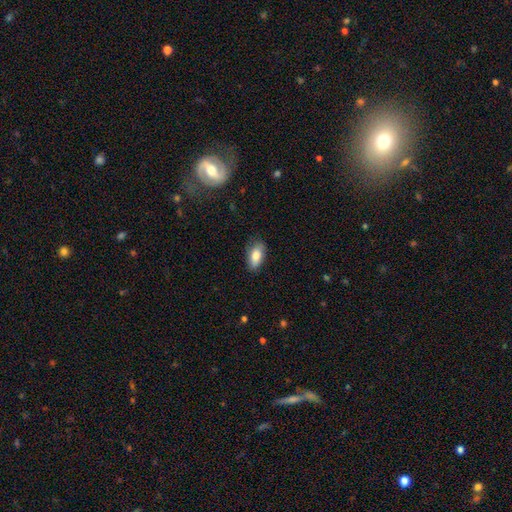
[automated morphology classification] This is clearly a smooth galaxy (82%). How rounded: clearly in between (90%). Merging: likely none (76%).